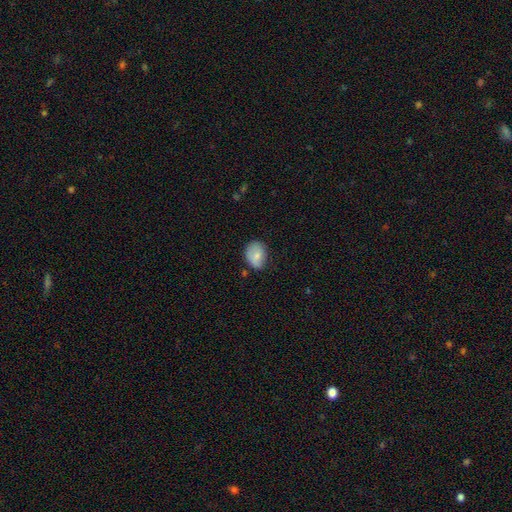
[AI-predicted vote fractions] smooth 78%, featured or disk 14%, star or artifact 8%. Down the decision tree: how rounded — in between (68%); merging — none (63%).